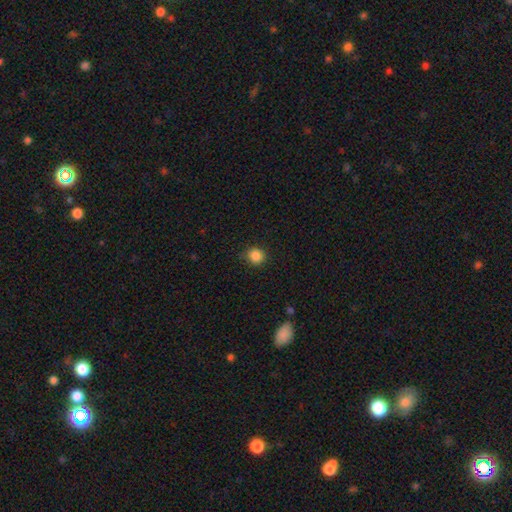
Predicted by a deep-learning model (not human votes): This appears to be a smooth galaxy with no disk features (85%) that is round (90%). Merging: none (85%).